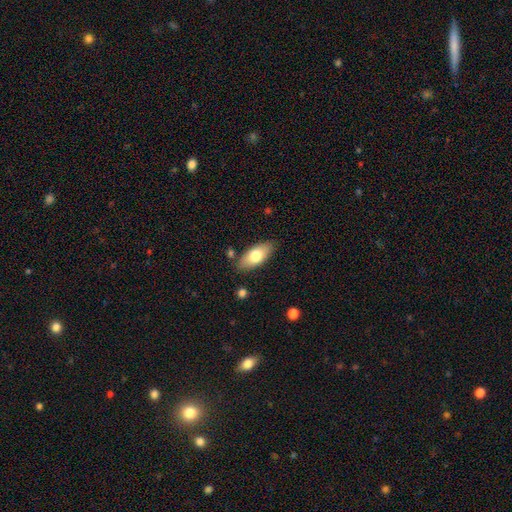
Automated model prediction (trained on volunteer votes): smooth-or-featured: smooth: 73% | featured or disk: 21% | star or artifact: 6%
  how-rounded: in between: 86% | cigar-shaped: 11% | round: 2%
  merging: none: 83% | minor disturbance: 12% | merger: 3% | major disturbance: 2%